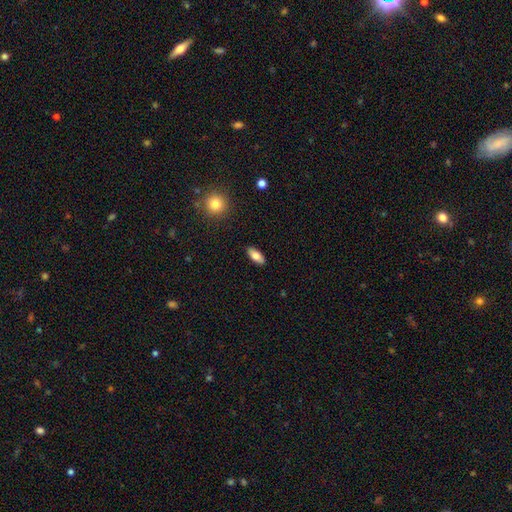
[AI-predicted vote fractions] smooth-or-featured: smooth: 79% | featured or disk: 15% | star or artifact: 7%
  how-rounded: in between: 84% | cigar-shaped: 14% | round: 3%
  merging: none: 89% | minor disturbance: 8% | major disturbance: 2% | merger: 1%